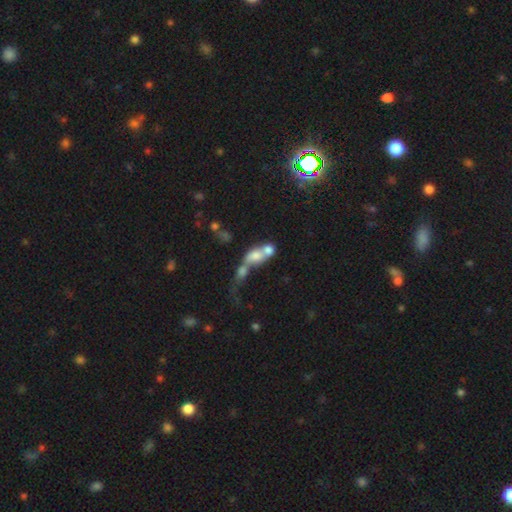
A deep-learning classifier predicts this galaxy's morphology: Smooth or featured: smooth — 57% (featured or disk — 31%)
How rounded: in between — 61% (round — 29%)
Merging: merger — 74% (none — 11%)